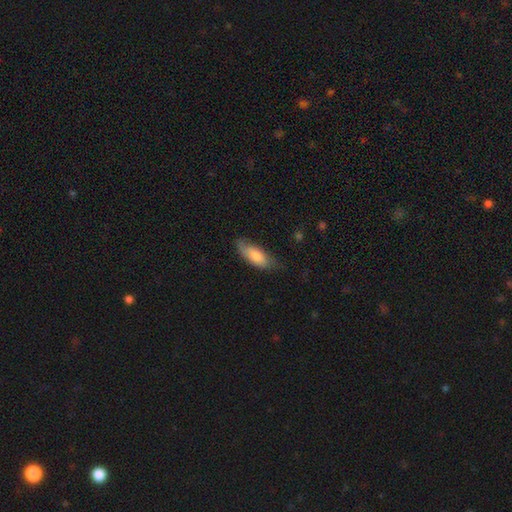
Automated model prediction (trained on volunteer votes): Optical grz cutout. It shows a smooth galaxy with no disk features (73%) that is in between round and cigar-shaped (78%). Merging: none (62%).